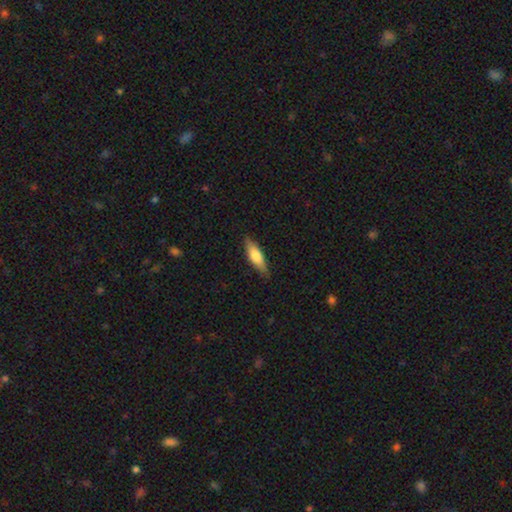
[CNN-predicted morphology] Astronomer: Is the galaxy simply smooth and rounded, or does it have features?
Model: smooth — 68%.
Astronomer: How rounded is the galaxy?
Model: in between — 50% (runner-up: cigar-shaped, 48%).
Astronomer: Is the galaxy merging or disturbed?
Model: none — 84%.